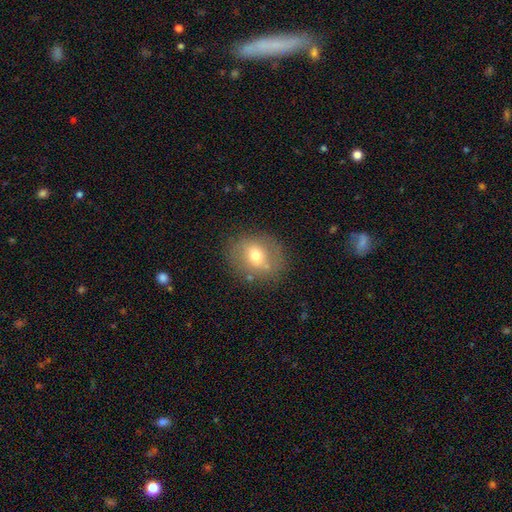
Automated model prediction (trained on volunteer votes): smooth-or-featured: smooth: 62% | featured or disk: 27% | star or artifact: 11%
  how-rounded: round: 63% | in between: 36% | cigar-shaped: 1%
  merging: none: 78% | minor disturbance: 14% | major disturbance: 5% | merger: 3%